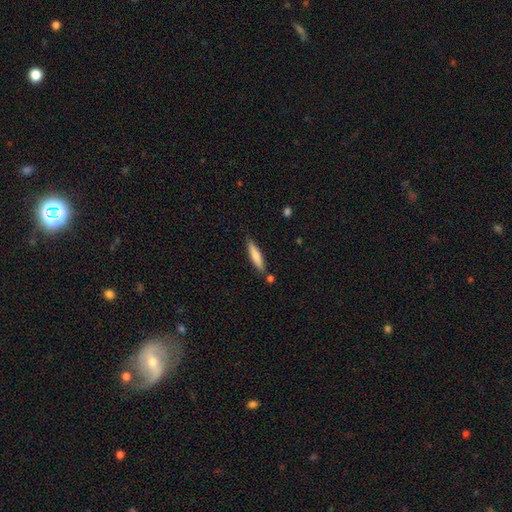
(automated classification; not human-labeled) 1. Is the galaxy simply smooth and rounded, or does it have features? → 76% smooth, 18% featured or disk, 6% star or artifact.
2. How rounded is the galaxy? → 83% cigar-shaped, 16% in between, 1% round.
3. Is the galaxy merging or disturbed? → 79% none, 13% minor disturbance, 6% merger, 2% major disturbance.